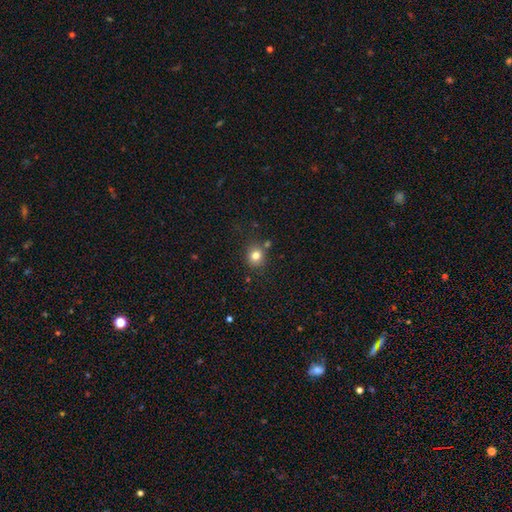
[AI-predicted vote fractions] Smooth or featured? smooth (80%)
How rounded? round (80%)
Merging? none (78%)